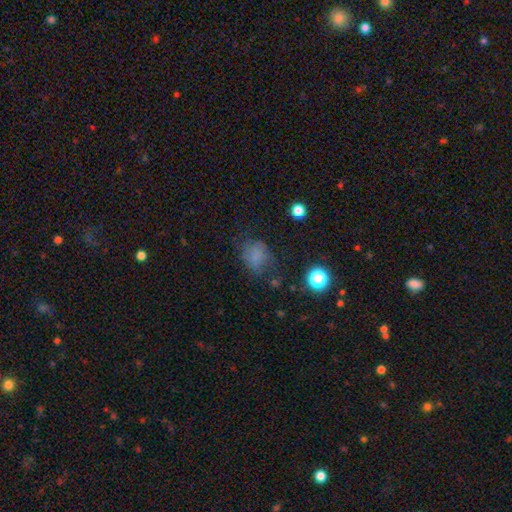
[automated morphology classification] Smooth or featured? Predicted: smooth (p=0.68). How rounded? Predicted: round (p=0.50). Merging? Predicted: none (p=0.57).